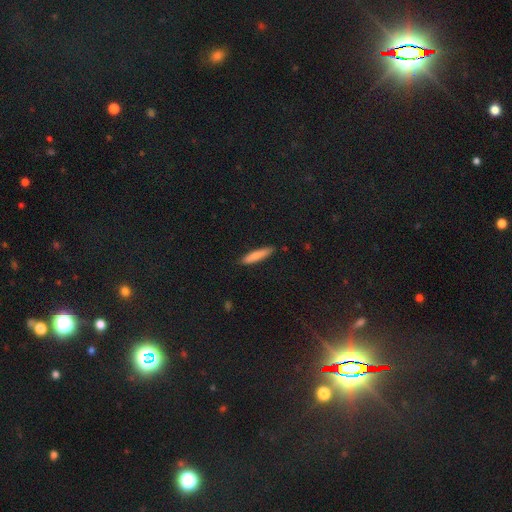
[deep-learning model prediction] A smooth galaxy with no disk features (81%) that is cigar-shaped (86%). Merging: none (86%).